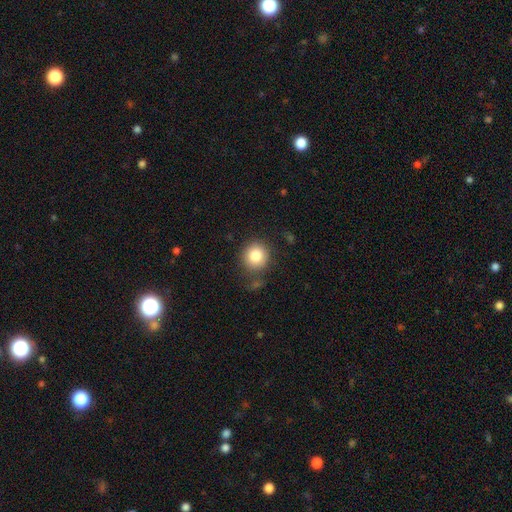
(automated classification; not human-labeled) A smooth galaxy with no disk features (83%) that is round (91%). Merging: none (81%).